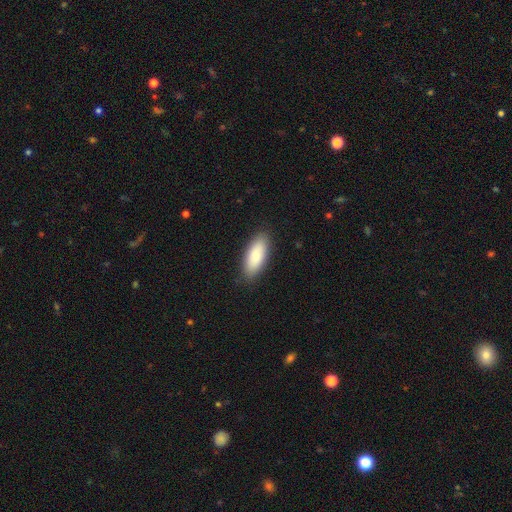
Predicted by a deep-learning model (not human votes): Smooth or featured?
  - smooth: 88% *
  - featured or disk: 7%
  - star or artifact: 6%
How rounded?
  - in between: 77% *
  - cigar-shaped: 21%
  - round: 2%
Merging?
  - none: 88% *
  - minor disturbance: 9%
  - major disturbance: 2%
  - merger: 1%